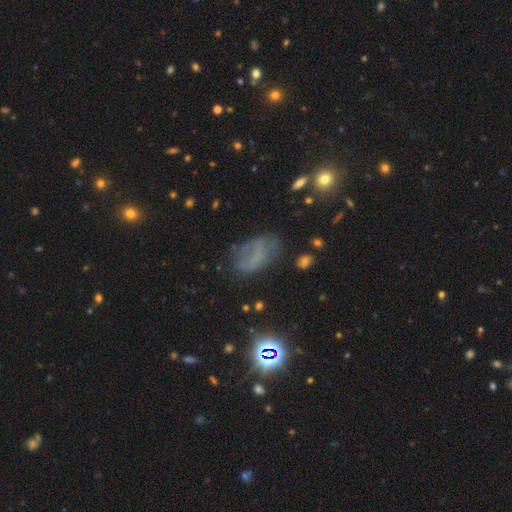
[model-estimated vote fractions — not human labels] Morphology: type=smooth (41%); merging=none (53%).